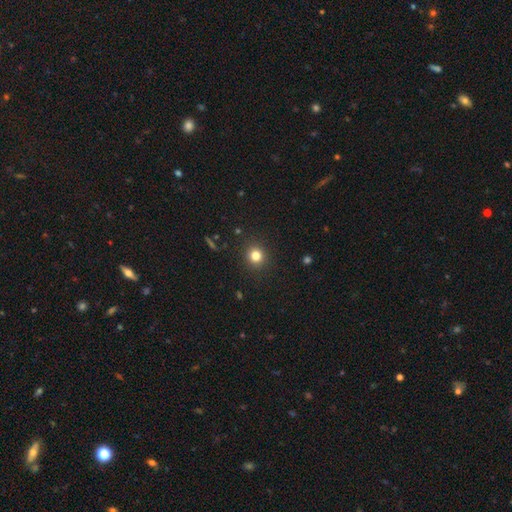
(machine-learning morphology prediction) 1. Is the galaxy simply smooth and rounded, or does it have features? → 80% smooth, 14% star or artifact, 6% featured or disk.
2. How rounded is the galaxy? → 88% round, 11% in between, 1% cigar-shaped.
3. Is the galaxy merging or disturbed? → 90% none, 6% minor disturbance, 2% major disturbance, 1% merger.